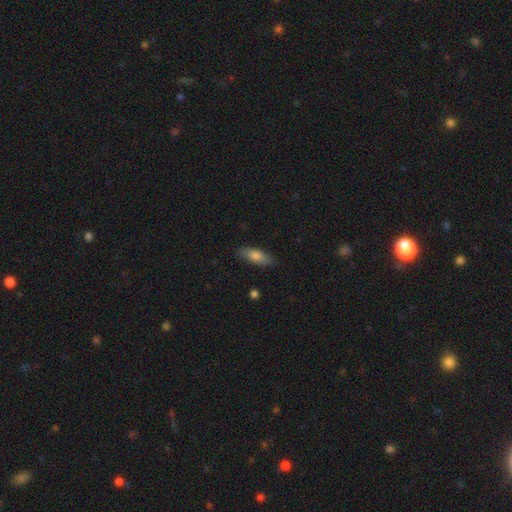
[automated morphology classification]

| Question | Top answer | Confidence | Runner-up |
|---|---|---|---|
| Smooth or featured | smooth | 76% | featured or disk (18%) |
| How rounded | in between | 62% | cigar-shaped (35%) |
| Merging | none | 85% | minor disturbance (11%) |